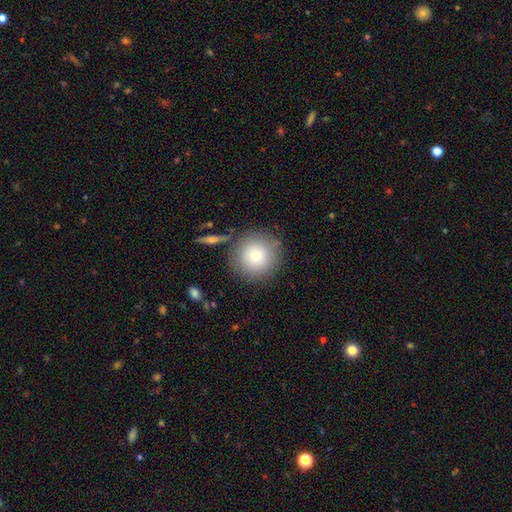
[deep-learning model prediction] Overall: smooth (80%). How rounded: round (93%). Merging: none (82%).